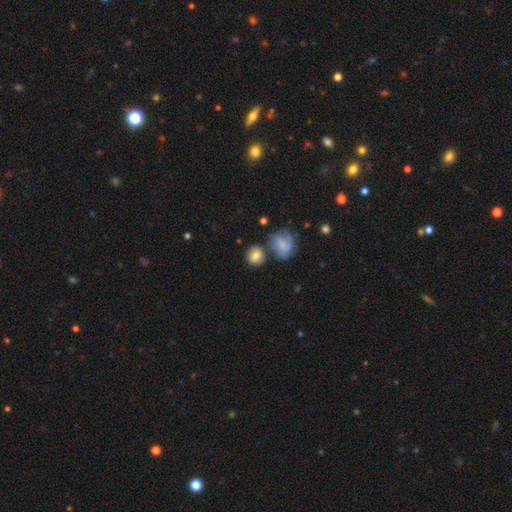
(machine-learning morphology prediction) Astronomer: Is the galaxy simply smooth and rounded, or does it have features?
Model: smooth — 75%.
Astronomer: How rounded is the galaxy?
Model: round — 73%.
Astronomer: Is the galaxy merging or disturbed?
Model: none — 63%.